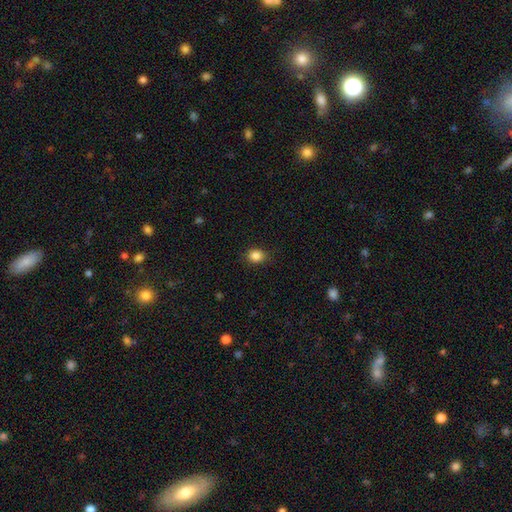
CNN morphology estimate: Smooth or featured: smooth — 86% (star or artifact — 10%)
How rounded: round — 63% (in between — 36%)
Merging: none — 87% (minor disturbance — 10%)